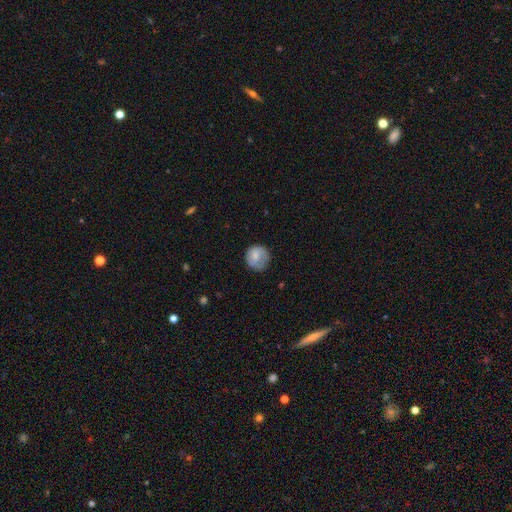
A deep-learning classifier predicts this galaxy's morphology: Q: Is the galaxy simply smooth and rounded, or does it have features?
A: smooth — 75%.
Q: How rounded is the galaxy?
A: round — 87%.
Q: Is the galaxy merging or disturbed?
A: none — 72%.